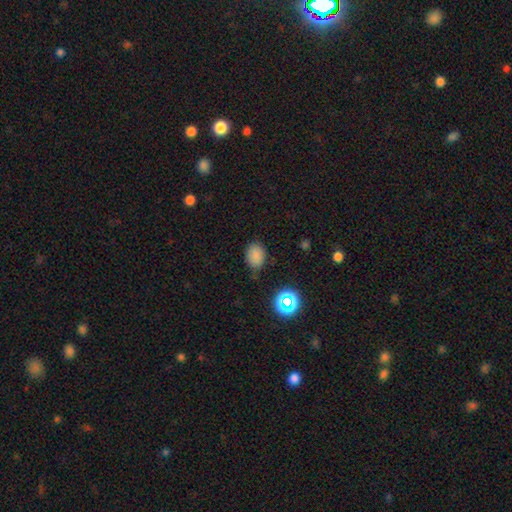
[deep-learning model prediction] Smooth or featured?
  - smooth: 79% *
  - star or artifact: 15%
  - featured or disk: 6%
How rounded?
  - in between: 73% *
  - round: 26%
  - cigar-shaped: 1%
Merging?
  - none: 73% *
  - minor disturbance: 20%
  - major disturbance: 4%
  - merger: 3%